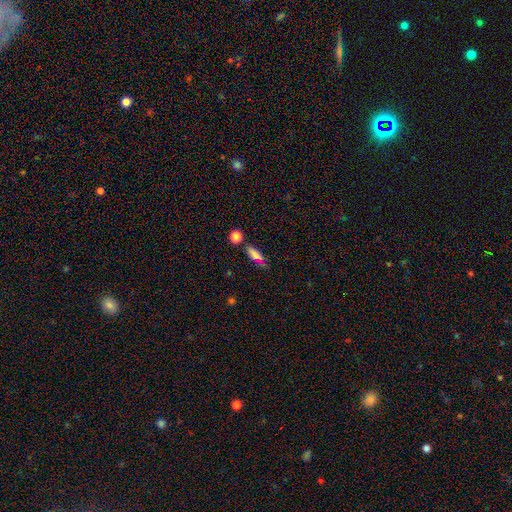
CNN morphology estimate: smooth 76%, featured or disk 13%, star or artifact 12%. Down the decision tree: how rounded — cigar-shaped (50%); merging — none (63%).